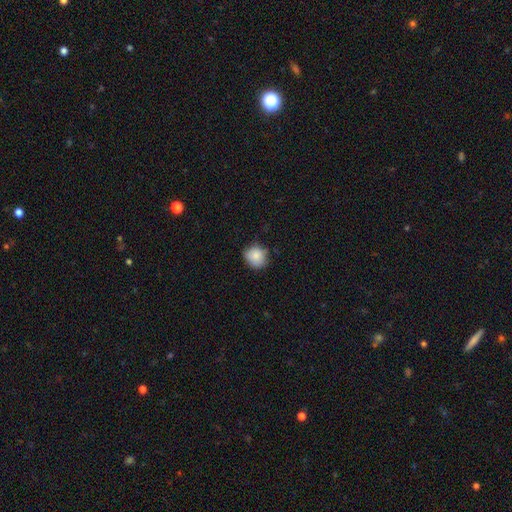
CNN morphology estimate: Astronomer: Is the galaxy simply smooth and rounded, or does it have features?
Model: smooth — 86%.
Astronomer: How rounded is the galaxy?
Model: round — 80%.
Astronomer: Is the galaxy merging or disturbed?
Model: none — 73%.